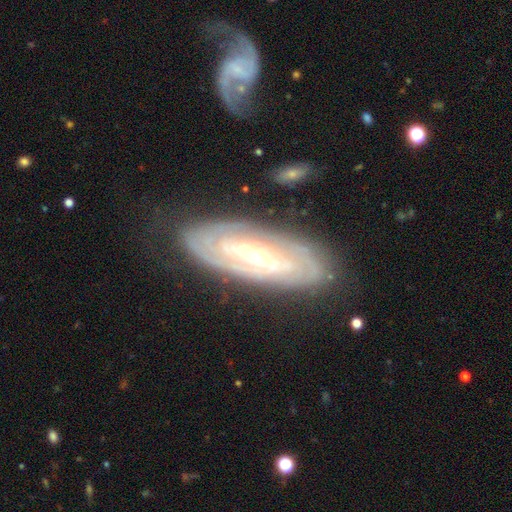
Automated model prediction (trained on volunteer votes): Smooth or featured? featured or disk (84%)
Edge-on disk? no (87%)
Bar? weak (37%)
Spiral arms? yes (88%)
Spiral winding? tight (74%)
Spiral arm count? can't tell (45%)
Bulge size? moderate (55%)
Merging? none (80%)